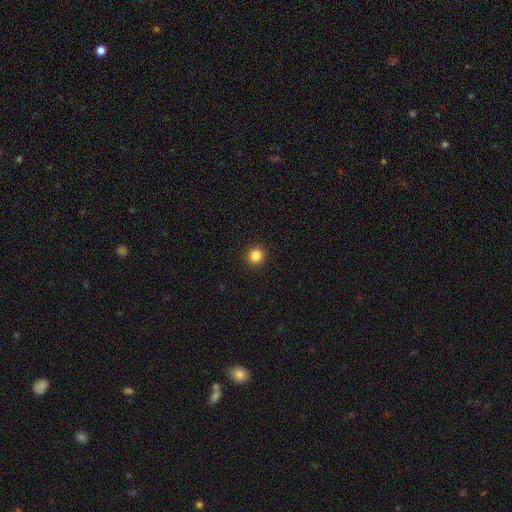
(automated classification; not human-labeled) Overall: smooth (85%). How rounded: round (94%). Merging: none (93%).